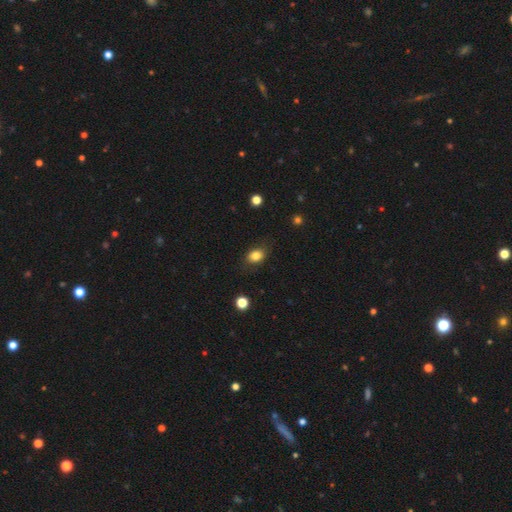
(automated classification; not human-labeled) smooth-or-featured: smooth: 82% | star or artifact: 10% | featured or disk: 8%
  how-rounded: in between: 65% | round: 34% | cigar-shaped: 1%
  merging: none: 78% | minor disturbance: 16% | major disturbance: 5% | merger: 1%